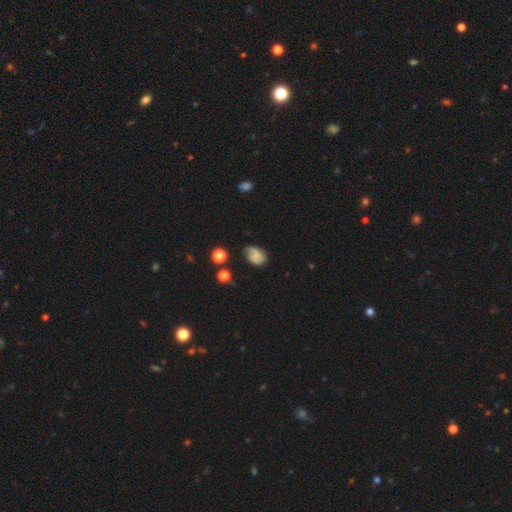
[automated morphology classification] A smooth galaxy with no disk features (60%) that is in between round and cigar-shaped (68%). Merging: none (54%).